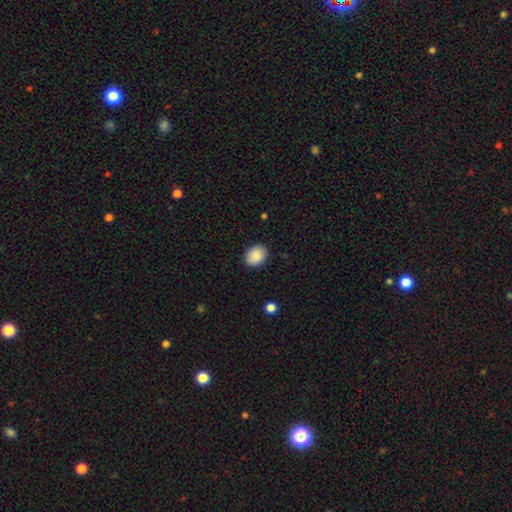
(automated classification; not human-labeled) Smooth or featured?
  - smooth: 89% *
  - star or artifact: 7%
  - featured or disk: 4%
How rounded?
  - in between: 53% *
  - round: 46%
  - cigar-shaped: 1%
Merging?
  - none: 87% *
  - minor disturbance: 9%
  - major disturbance: 2%
  - merger: 1%